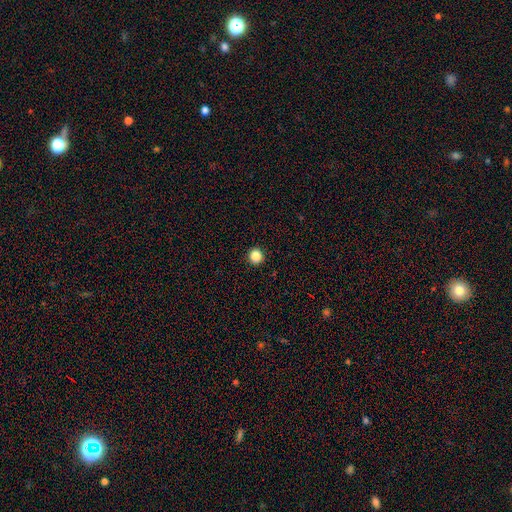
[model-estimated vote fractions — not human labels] A smooth galaxy with no disk features (86%) that is round (94%).

Vote fractions:
- Smooth or featured? smooth: 86% / star or artifact: 11% / featured or disk: 3%
- How rounded? round: 94% / in between: 5% / cigar-shaped: 1%
- Merging? none: 93% / minor disturbance: 4% / major disturbance: 1% / merger: 1%